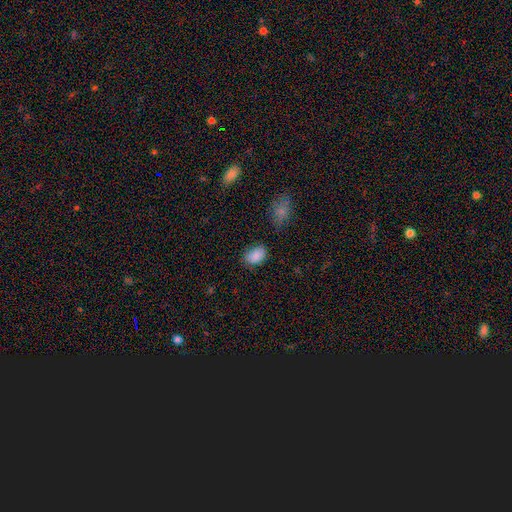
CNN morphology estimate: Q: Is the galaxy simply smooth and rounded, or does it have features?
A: smooth — 87%.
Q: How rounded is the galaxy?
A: in between — 86%.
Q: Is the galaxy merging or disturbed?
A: none — 74%.